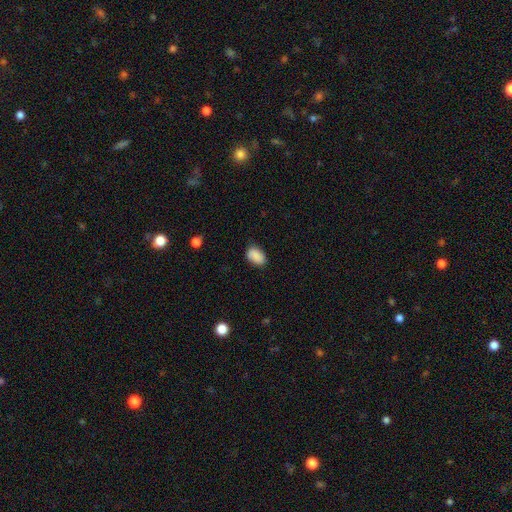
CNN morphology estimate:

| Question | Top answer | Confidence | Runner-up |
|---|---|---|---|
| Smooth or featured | smooth | 87% | star or artifact (7%) |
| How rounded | in between | 89% | round (9%) |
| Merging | none | 79% | minor disturbance (16%) |